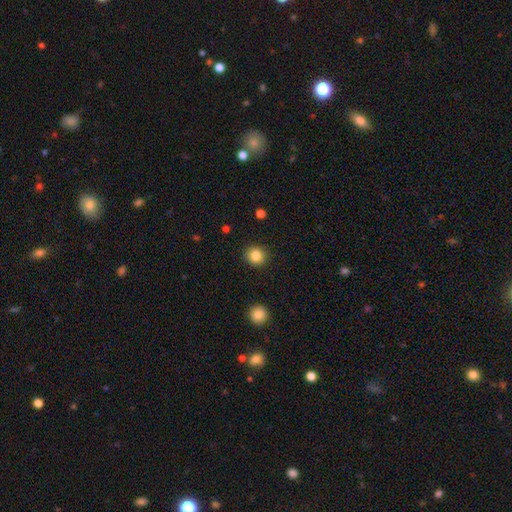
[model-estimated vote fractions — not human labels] smooth 85%, star or artifact 10%, featured or disk 5%. Down the decision tree: how rounded — round (90%); merging — none (91%).